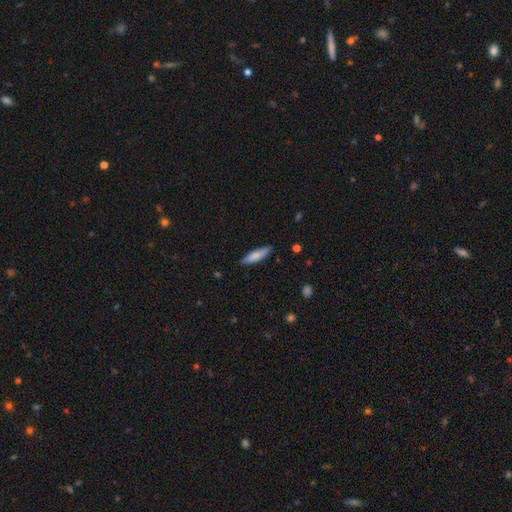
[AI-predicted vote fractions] smooth-or-featured: smooth: 79% | featured or disk: 16% | star or artifact: 6%
  how-rounded: cigar-shaped: 68% | in between: 30% | round: 2%
  merging: none: 85% | minor disturbance: 12% | major disturbance: 2% | merger: 1%